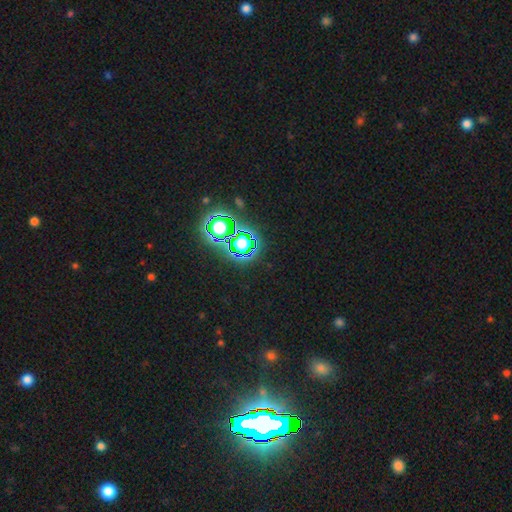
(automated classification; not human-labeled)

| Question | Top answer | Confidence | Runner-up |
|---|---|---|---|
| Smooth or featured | star or artifact | 78% | smooth (14%) |